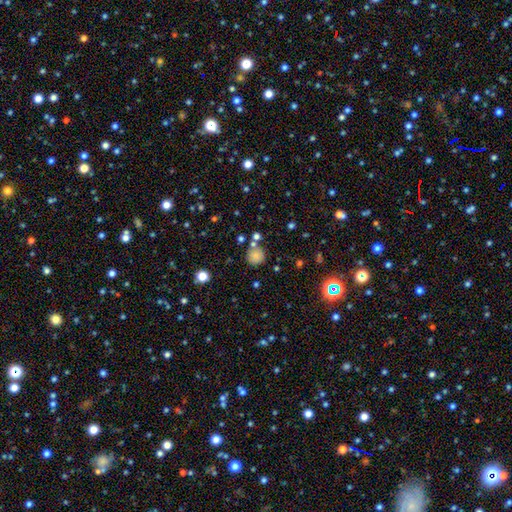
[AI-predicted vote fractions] Smooth or featured?
  - smooth: 79% *
  - star or artifact: 14%
  - featured or disk: 7%
How rounded?
  - round: 91% *
  - in between: 8%
  - cigar-shaped: 1%
Merging?
  - none: 74% *
  - minor disturbance: 12%
  - merger: 10%
  - major disturbance: 4%